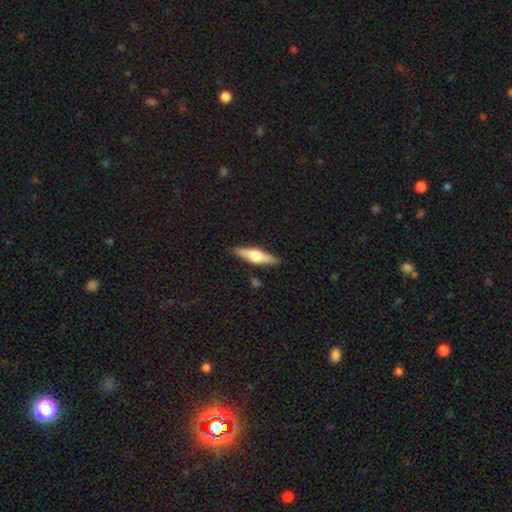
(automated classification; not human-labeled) A featured or disk galaxy (59%) viewed edge-on (96%) with a rounded central bulge (92%). Merging: none (89%).